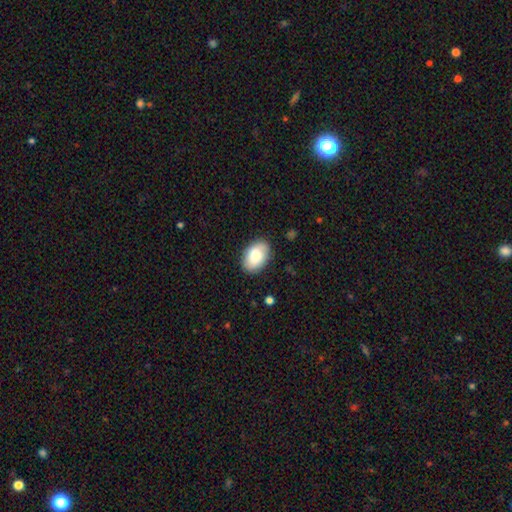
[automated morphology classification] type=smooth (80%); roundness=in between (88%); merging=none (85%).